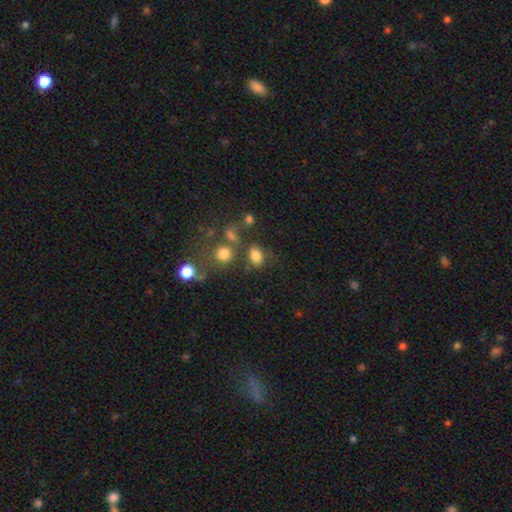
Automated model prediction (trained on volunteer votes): Smooth or featured: smooth — 80% (star or artifact — 13%)
How rounded: in between — 74% (round — 24%)
Merging: none — 62% (minor disturbance — 15%)